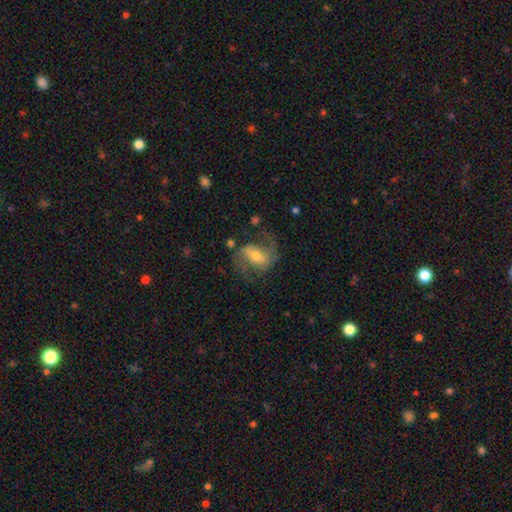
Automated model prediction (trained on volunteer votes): Smooth or featured?
  - featured or disk: 75% *
  - smooth: 18%
  - star or artifact: 7%
Edge-on disk?
  - no: 96% *
  - yes: 4%
Bar?
  - weak: 42% *
  - strong: 35%
  - no: 22%
Spiral arms?
  - yes: 91% *
  - no: 9%
Spiral winding?
  - medium: 47% *
  - loose: 41%
  - tight: 13%
Spiral arm count?
  - 2: 85% *
  - can't tell: 6%
  - 1: 5%
  - 3: 2%
  - 4: 1%
  - more than 4: 1%
Bulge size?
  - moderate: 55% *
  - small: 35%
  - large: 7%
  - none: 2%
  - dominant: 1%
Merging?
  - none: 62% *
  - minor disturbance: 18%
  - major disturbance: 17%
  - merger: 3%